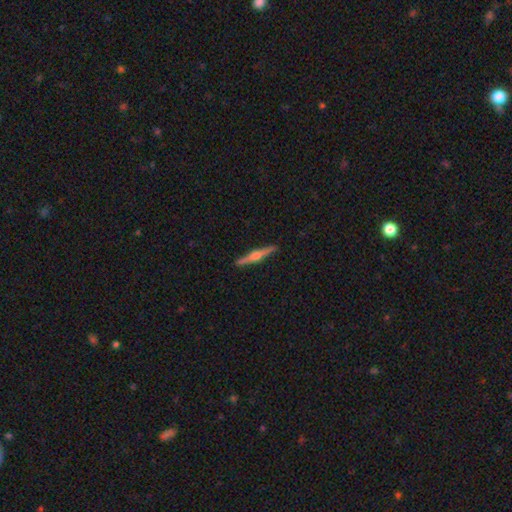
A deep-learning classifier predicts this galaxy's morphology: Smooth or featured? featured or disk (76%)
Edge-on disk? yes (98%)
Edge-on bulge? rounded (85%)
Merging? none (92%)